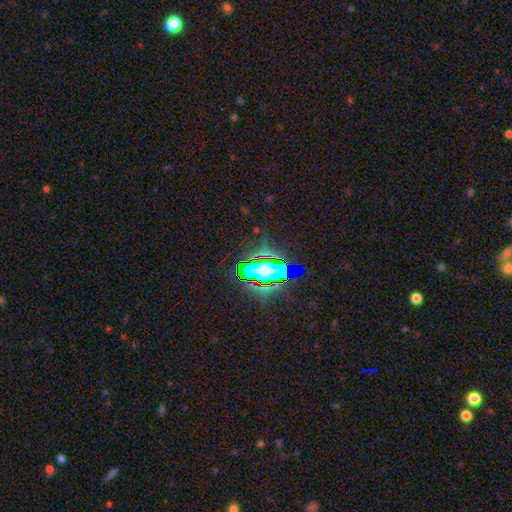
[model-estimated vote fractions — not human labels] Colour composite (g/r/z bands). It shows a star or artifact, not a galaxy (63%).